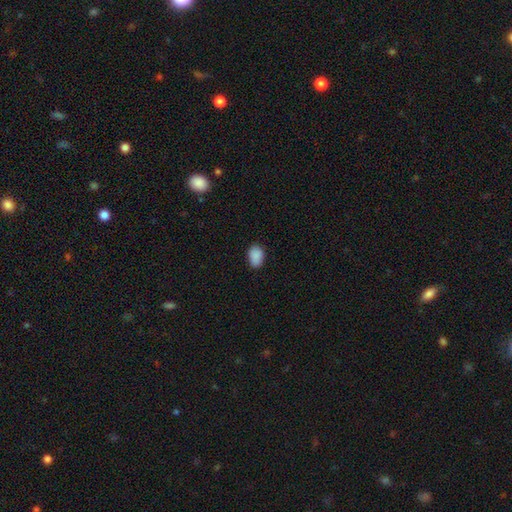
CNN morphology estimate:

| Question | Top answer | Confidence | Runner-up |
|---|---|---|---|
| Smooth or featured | smooth | 88% | star or artifact (8%) |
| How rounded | in between | 83% | round (16%) |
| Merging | none | 80% | minor disturbance (16%) |